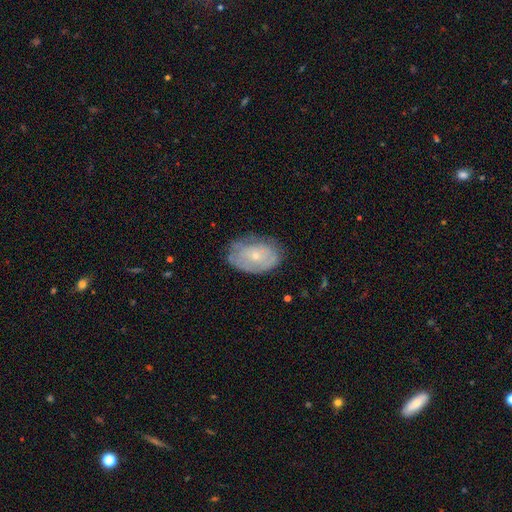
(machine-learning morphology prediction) smooth 48%, featured or disk 44%, star or artifact 8%. Down the decision tree: merging — none (65%).